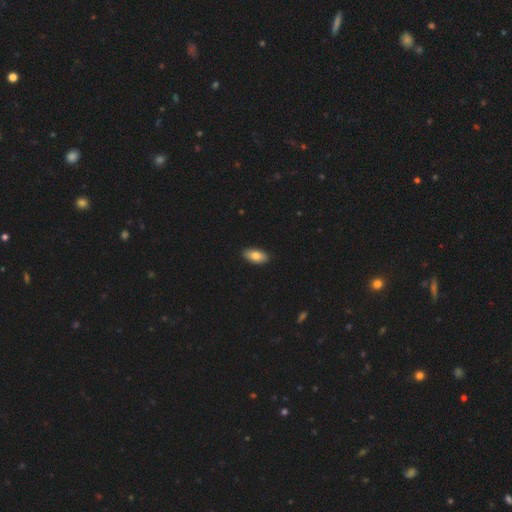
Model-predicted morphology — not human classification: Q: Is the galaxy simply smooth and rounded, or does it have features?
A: smooth — 81%.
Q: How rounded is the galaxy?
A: in between — 92%.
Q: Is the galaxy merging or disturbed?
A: none — 91%.